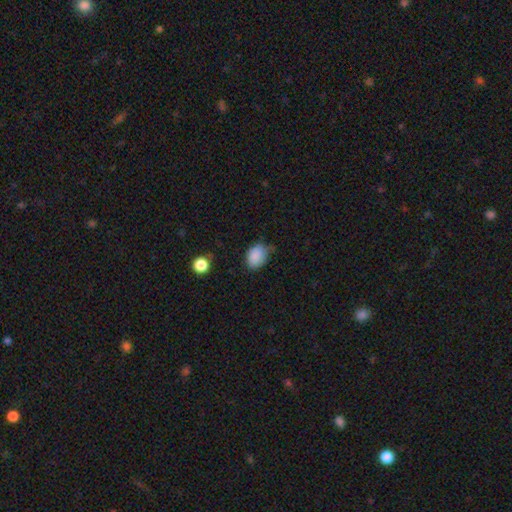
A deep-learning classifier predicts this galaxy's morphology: Smooth or featured? smooth (86%)
How rounded? in between (69%)
Merging? none (57%)